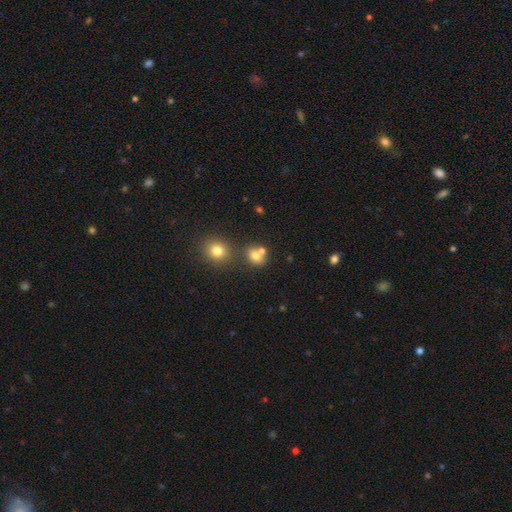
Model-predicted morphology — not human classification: smooth 74%, star or artifact 15%, featured or disk 11%. Down the decision tree: how rounded — round (68%); merging — none (52%).